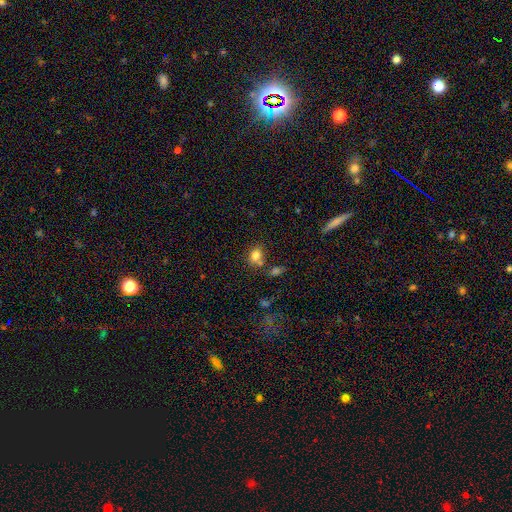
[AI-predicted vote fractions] smooth-or-featured: smooth: 80% | star or artifact: 12% | featured or disk: 8%
  how-rounded: in between: 55% | round: 44% | cigar-shaped: 1%
  merging: none: 60% | merger: 21% | minor disturbance: 15% | major disturbance: 5%